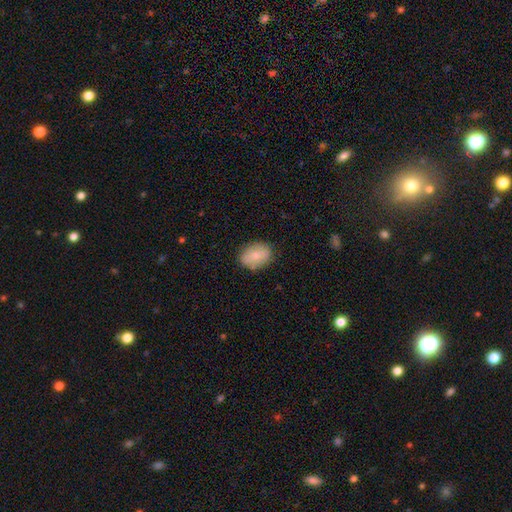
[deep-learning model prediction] Q: Smooth or featured?
A: smooth (78%); runner-up: featured or disk (16%)
Q: How rounded?
A: in between (69%); runner-up: round (29%)
Q: Merging?
A: none (83%); runner-up: minor disturbance (13%)